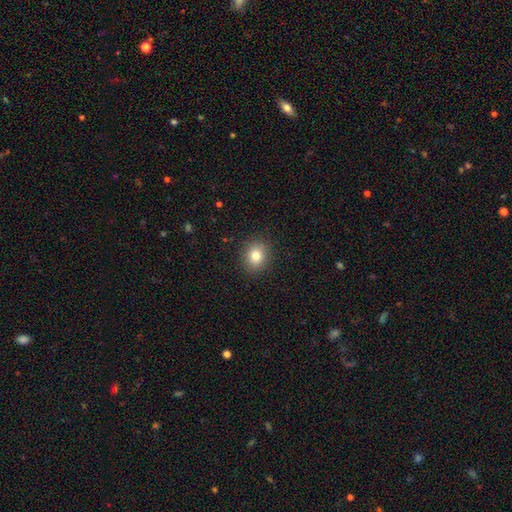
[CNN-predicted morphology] Smooth or featured: smooth — 81% (star or artifact — 11%)
How rounded: round — 70% (in between — 29%)
Merging: none — 89% (minor disturbance — 8%)